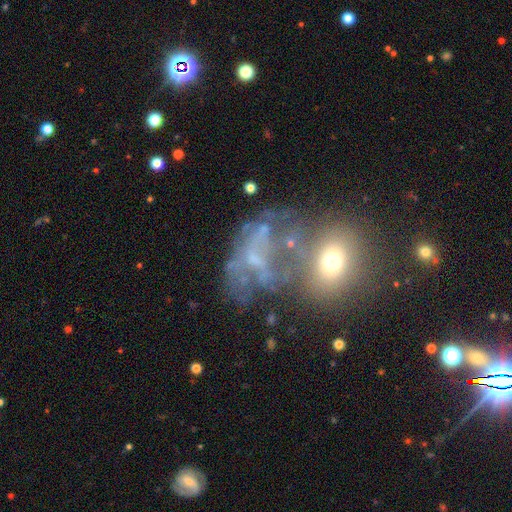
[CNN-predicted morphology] featured or disk 51%, smooth 27%, star or artifact 22%. Down the decision tree: edge-on disk — no (96%); merging — merger (32%).